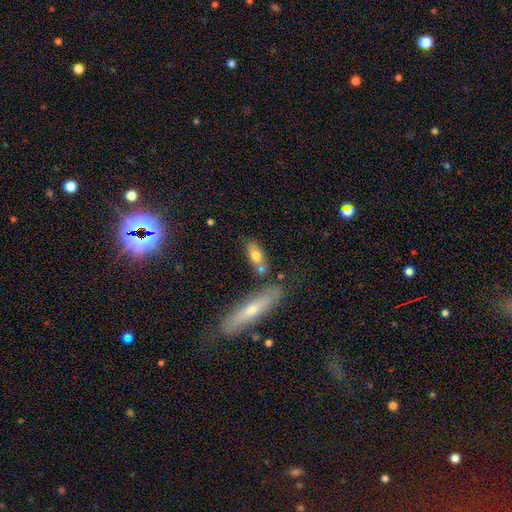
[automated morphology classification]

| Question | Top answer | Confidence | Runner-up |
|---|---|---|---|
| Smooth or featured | smooth | 68% | featured or disk (24%) |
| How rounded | in between | 66% | cigar-shaped (29%) |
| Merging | none | 54% | merger (26%) |